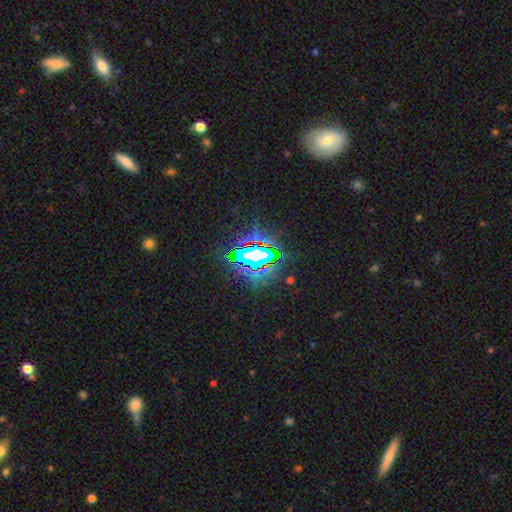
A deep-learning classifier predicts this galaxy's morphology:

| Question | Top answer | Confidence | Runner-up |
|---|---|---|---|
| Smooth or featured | star or artifact | 77% | featured or disk (12%) |